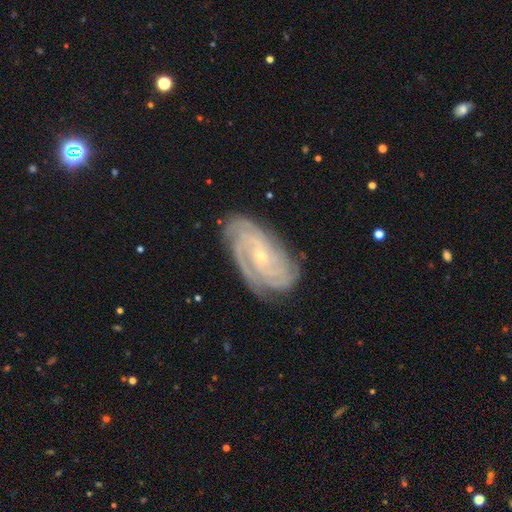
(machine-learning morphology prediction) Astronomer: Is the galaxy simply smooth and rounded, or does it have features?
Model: featured or disk — 82%.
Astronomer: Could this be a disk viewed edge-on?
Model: no — 95%.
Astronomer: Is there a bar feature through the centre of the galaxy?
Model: no — 66%.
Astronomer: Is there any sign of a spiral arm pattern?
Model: yes — 97%.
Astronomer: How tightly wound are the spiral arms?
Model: tight — 73%.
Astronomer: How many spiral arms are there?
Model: can't tell — 26% (runner-up: 4, 21%).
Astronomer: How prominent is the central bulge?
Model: small — 73%.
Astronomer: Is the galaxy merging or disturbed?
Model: none — 82%.